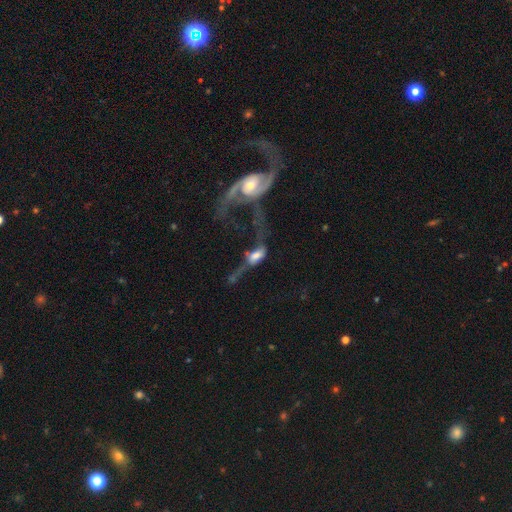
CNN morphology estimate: A featured or disk galaxy (53%). Merging: merger (41%).